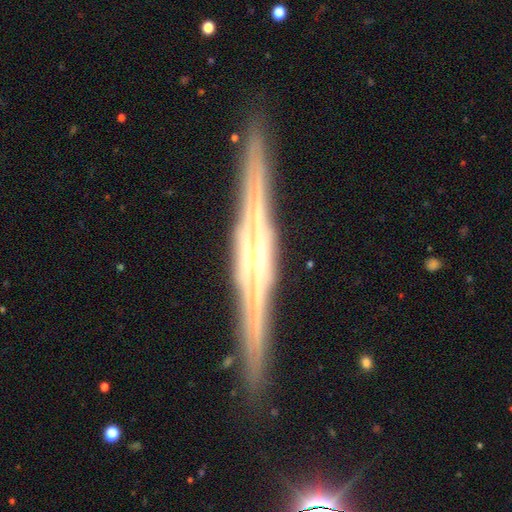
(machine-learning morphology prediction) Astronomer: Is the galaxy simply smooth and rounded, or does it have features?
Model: featured or disk — 89%.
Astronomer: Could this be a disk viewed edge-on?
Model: yes — 98%.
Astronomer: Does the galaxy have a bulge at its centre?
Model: boxy — 48% (runner-up: rounded, 41%).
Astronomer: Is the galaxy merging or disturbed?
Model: none — 91%.